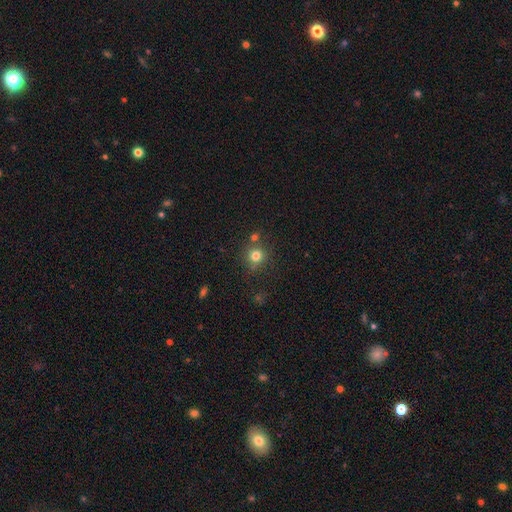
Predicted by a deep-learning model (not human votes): This is likely a smooth galaxy (77%). How rounded: clearly round (92%). Merging: likely none (75%).